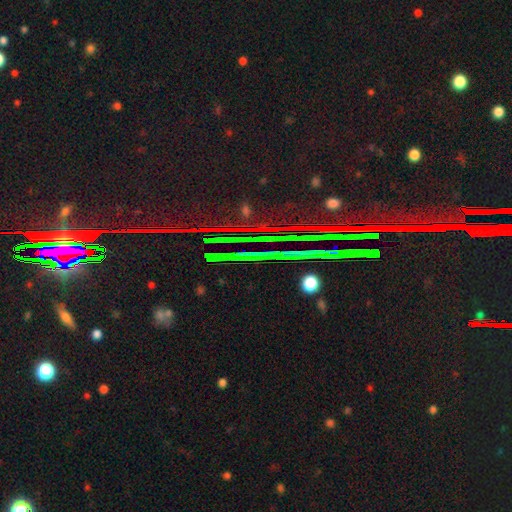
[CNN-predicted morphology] Q: Smooth or featured?
A: star or artifact (86%); runner-up: featured or disk (7%)